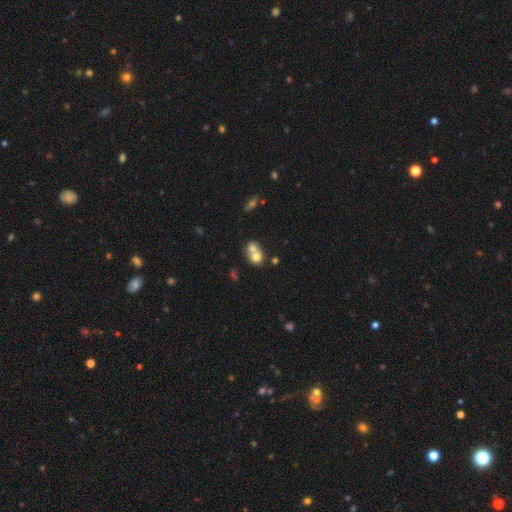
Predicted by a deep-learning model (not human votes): Smooth or featured? Predicted: smooth (p=0.70). How rounded? Predicted: round (p=0.65). Merging? Predicted: merger (p=0.69).